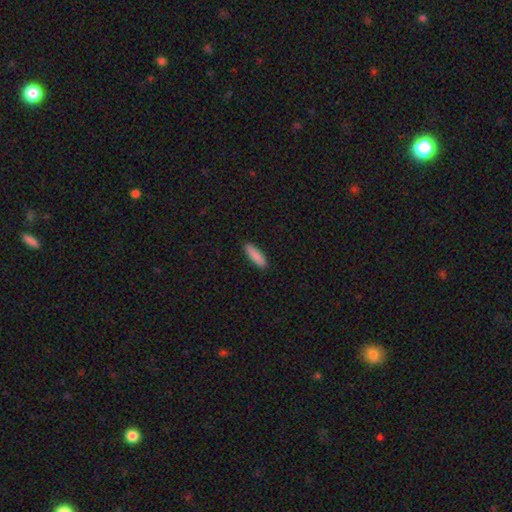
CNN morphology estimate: type=smooth (88%); roundness=cigar-shaped (63%); merging=none (90%).